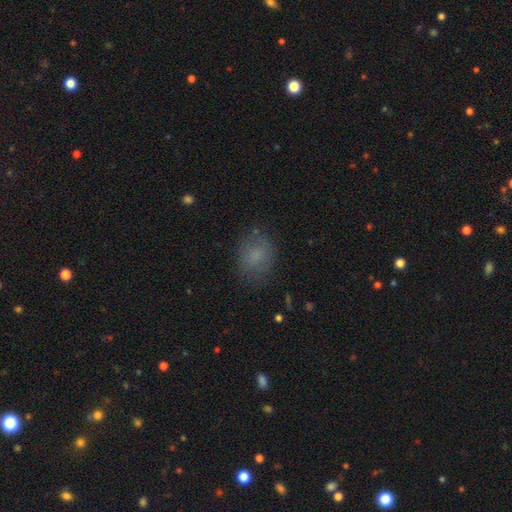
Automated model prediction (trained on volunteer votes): smooth-or-featured: smooth: 75% | featured or disk: 13% | star or artifact: 12%
  how-rounded: in between: 55% | round: 44% | cigar-shaped: 1%
  merging: none: 72% | minor disturbance: 19% | major disturbance: 8% | merger: 1%